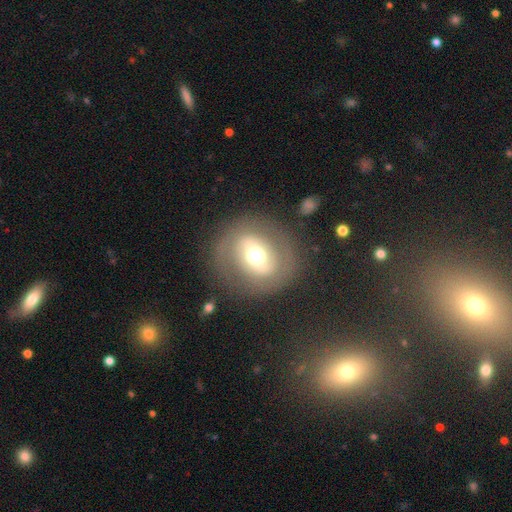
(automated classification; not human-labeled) Q: Smooth or featured?
A: featured or disk (52%); runner-up: smooth (40%)
Q: Edge-on disk?
A: no (94%); runner-up: yes (6%)
Q: Merging?
A: none (80%); runner-up: minor disturbance (10%)